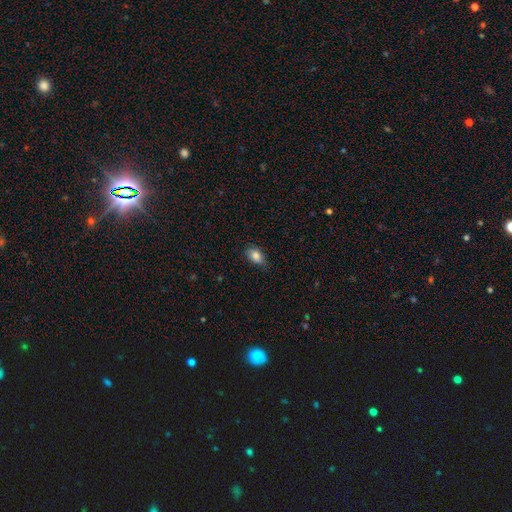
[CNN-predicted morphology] This appears to be a smooth galaxy with no disk features (84%) that is in between round and cigar-shaped (85%). Merging: none (75%).